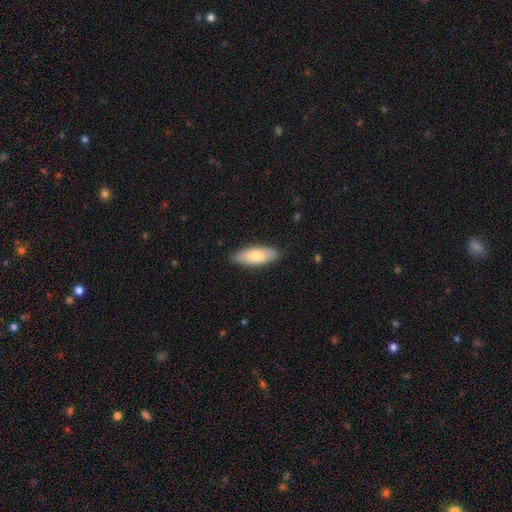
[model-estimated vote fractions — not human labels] smooth_or_featured: smooth (p=0.76) [alt: featured or disk p=0.19]
how_rounded: in between (p=0.77) [alt: cigar-shaped p=0.21]
merging: none (p=0.86) [alt: minor disturbance p=0.11]